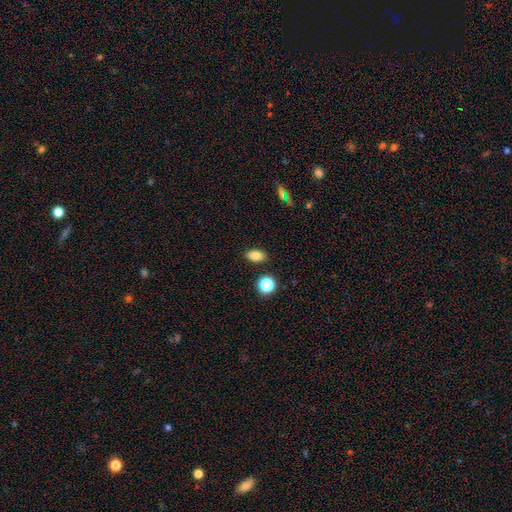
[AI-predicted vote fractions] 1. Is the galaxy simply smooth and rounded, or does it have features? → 82% smooth, 11% star or artifact, 7% featured or disk.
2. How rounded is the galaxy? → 86% in between, 12% round, 3% cigar-shaped.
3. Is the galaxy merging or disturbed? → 86% none, 9% minor disturbance, 3% merger, 2% major disturbance.